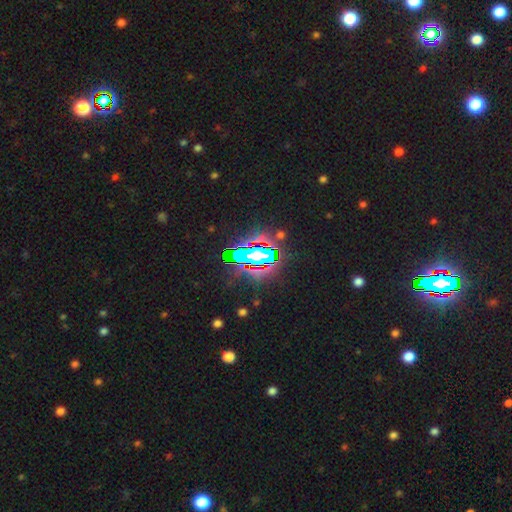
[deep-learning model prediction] The model was most divided on "smooth or featured": star or artifact: 70%, smooth: 16%, featured or disk: 14%.